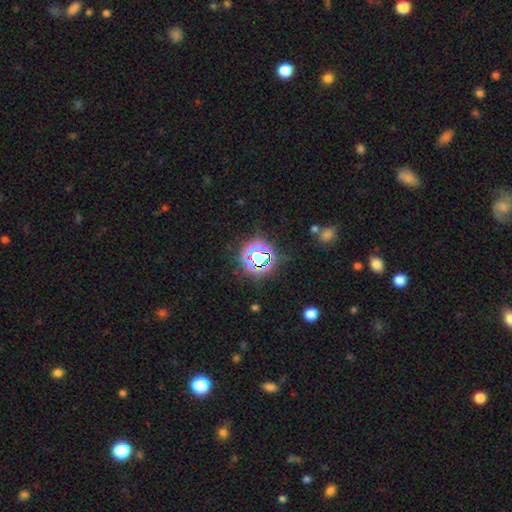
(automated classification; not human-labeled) A star or artifact, not a galaxy (73%).

Vote fractions:
- Smooth or featured? star or artifact: 73% / smooth: 18% / featured or disk: 9%